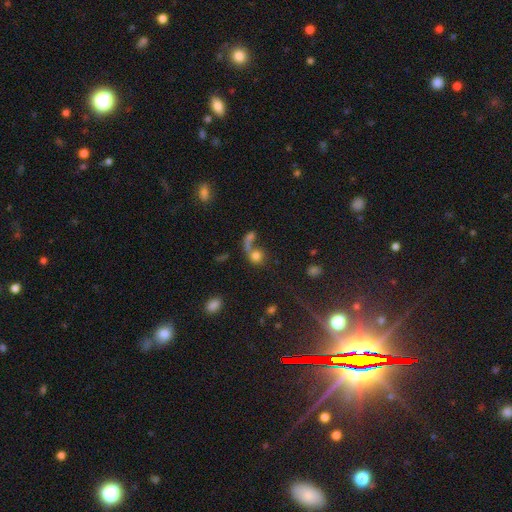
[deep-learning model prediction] smooth 69%, featured or disk 16%, star or artifact 14%. Down the decision tree: how rounded — round (78%); merging — merger (41%).